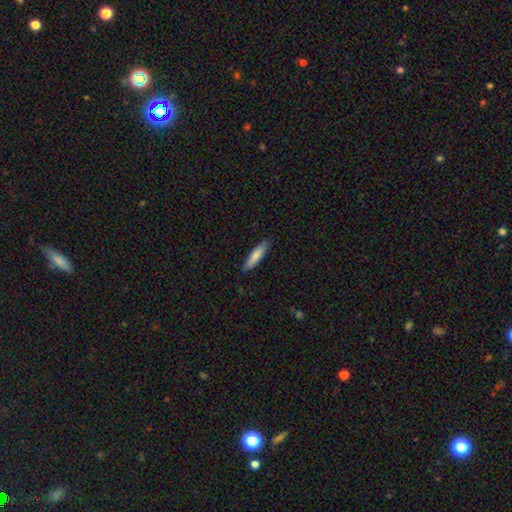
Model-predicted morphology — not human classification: type=smooth (81%); roundness=cigar-shaped (77%); merging=none (87%).